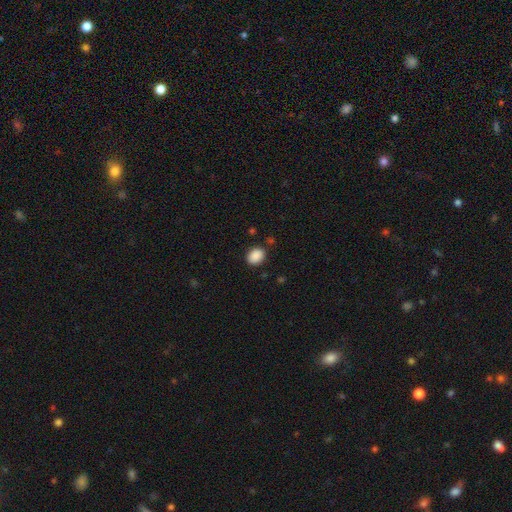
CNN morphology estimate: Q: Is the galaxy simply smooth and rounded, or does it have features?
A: smooth — 89%.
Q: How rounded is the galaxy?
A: in between — 57%.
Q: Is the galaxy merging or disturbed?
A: none — 85%.